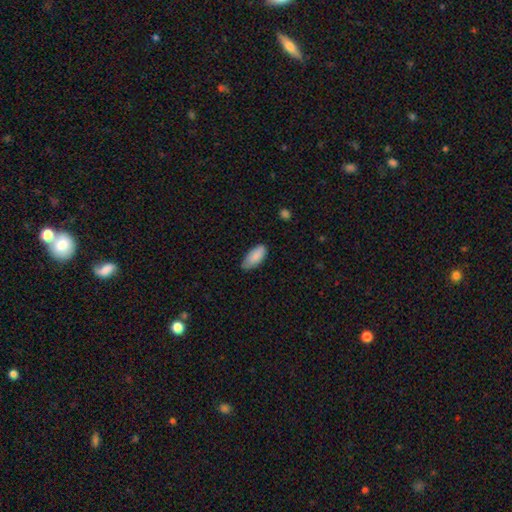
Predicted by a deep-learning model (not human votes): smooth-or-featured: smooth: 88% | star or artifact: 6% | featured or disk: 6%
  how-rounded: in between: 87% | cigar-shaped: 11% | round: 2%
  merging: none: 73% | minor disturbance: 23% | major disturbance: 3% | merger: 1%